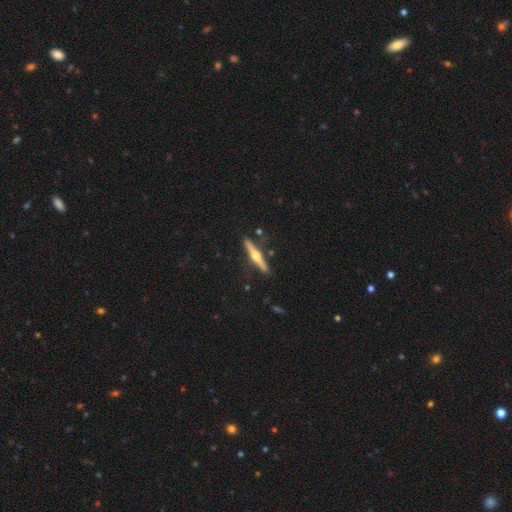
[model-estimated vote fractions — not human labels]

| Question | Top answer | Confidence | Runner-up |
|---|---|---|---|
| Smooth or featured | featured or disk | 73% | smooth (23%) |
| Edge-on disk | yes | 98% | no (2%) |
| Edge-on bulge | rounded | 95% | none (3%) |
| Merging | none | 88% | minor disturbance (8%) |